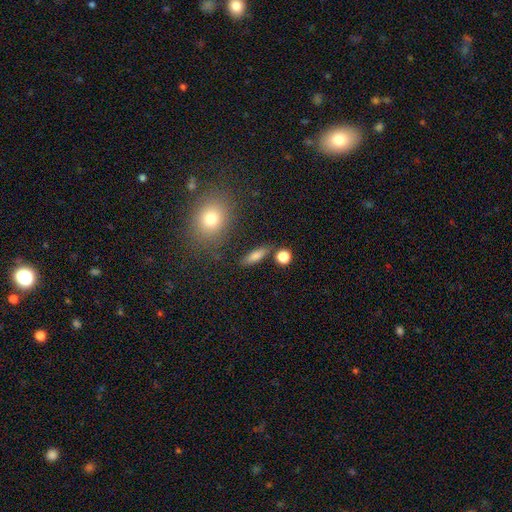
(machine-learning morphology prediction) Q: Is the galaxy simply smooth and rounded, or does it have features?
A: smooth — 76%.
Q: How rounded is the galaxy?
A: in between — 45%, tied with cigar-shaped.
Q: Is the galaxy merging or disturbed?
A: none — 79%.